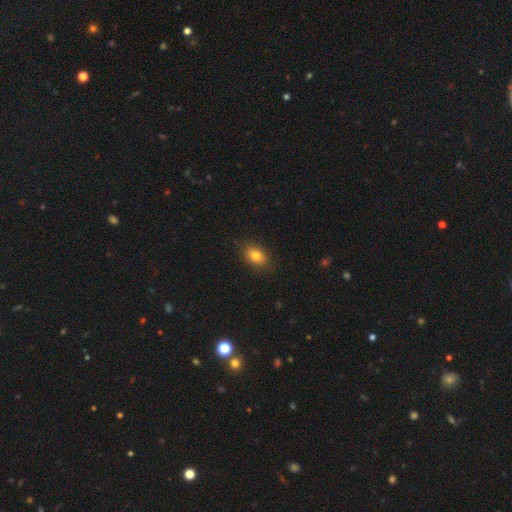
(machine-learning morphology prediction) smooth-or-featured: smooth: 81% | star or artifact: 10% | featured or disk: 9%
  how-rounded: in between: 78% | round: 20% | cigar-shaped: 2%
  merging: none: 86% | minor disturbance: 10% | major disturbance: 2% | merger: 1%